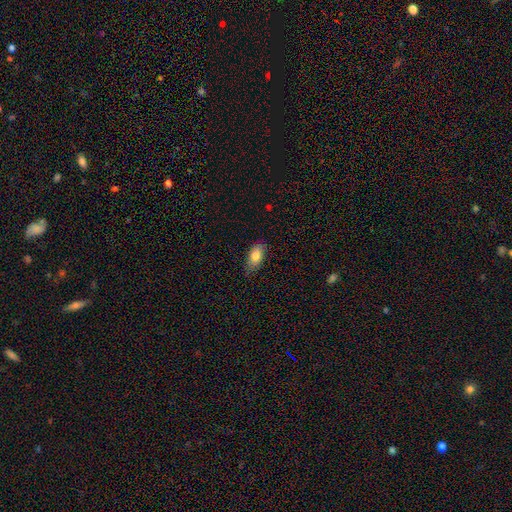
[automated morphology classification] Overall: smooth (81%). How rounded: in between (89%). Merging: none (77%).